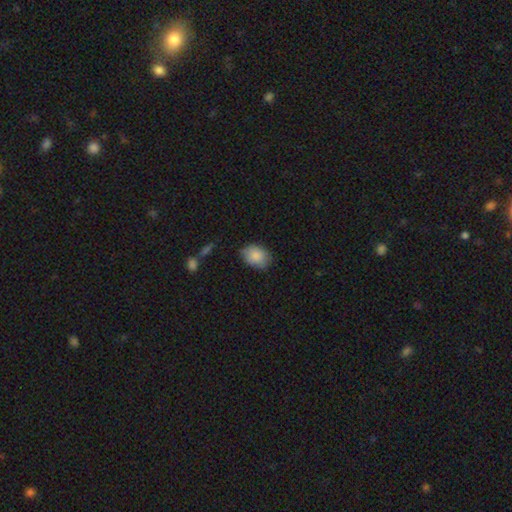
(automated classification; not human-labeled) smooth 87%, star or artifact 7%, featured or disk 6%. Down the decision tree: how rounded — in between (68%); merging — none (74%).